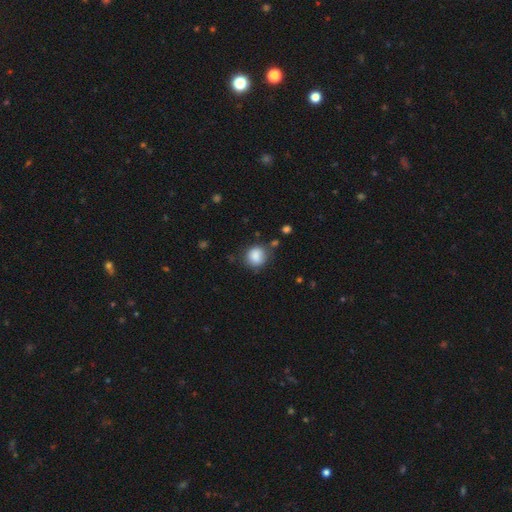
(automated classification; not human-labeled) This appears to be a smooth galaxy with no disk features (86%) that is round (84%). Merging: none (75%).